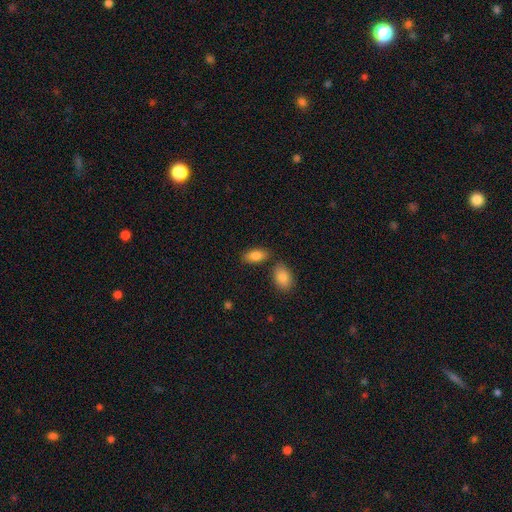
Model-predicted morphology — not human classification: A smooth galaxy with no disk features (85%) that is in between round and cigar-shaped (92%). Merging: none (73%).